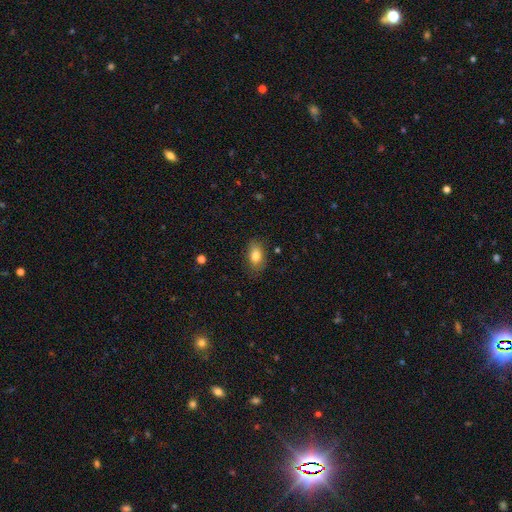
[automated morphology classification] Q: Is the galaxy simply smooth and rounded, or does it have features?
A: smooth — 81%.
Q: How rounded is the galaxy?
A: in between — 86%.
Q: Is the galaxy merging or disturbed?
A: none — 79%.